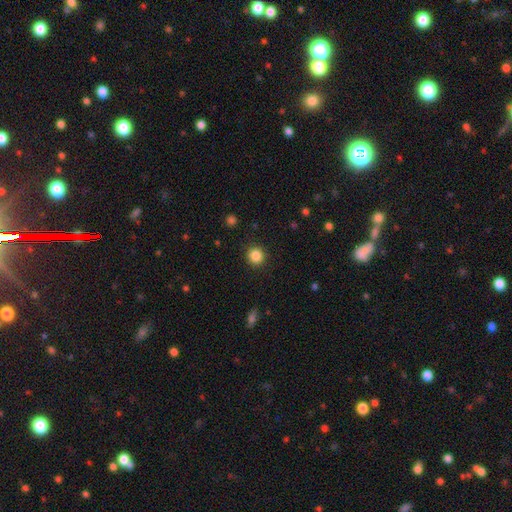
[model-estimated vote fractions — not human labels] smooth-or-featured: smooth: 85% | star or artifact: 11% | featured or disk: 4%
  how-rounded: round: 92% | in between: 7% | cigar-shaped: 1%
  merging: none: 91% | minor disturbance: 6% | major disturbance: 2% | merger: 1%